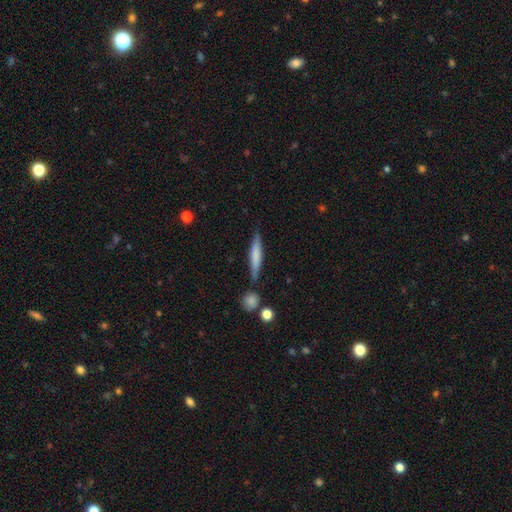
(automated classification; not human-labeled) Smooth or featured: smooth — 59% (featured or disk — 35%)
How rounded: cigar-shaped — 88% (in between — 10%)
Merging: none — 77% (minor disturbance — 14%)